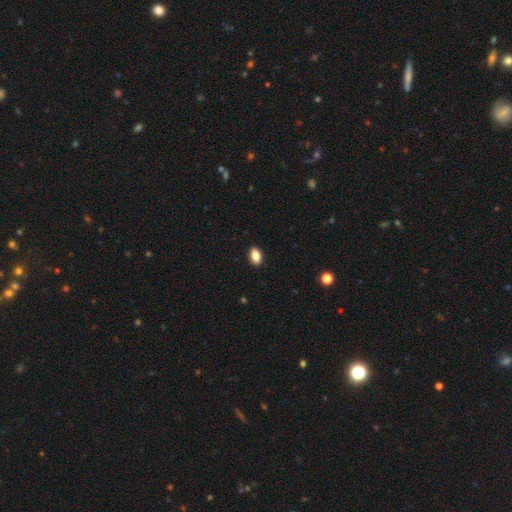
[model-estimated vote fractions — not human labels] Smooth or featured? smooth (86%)
How rounded? in between (90%)
Merging? none (90%)